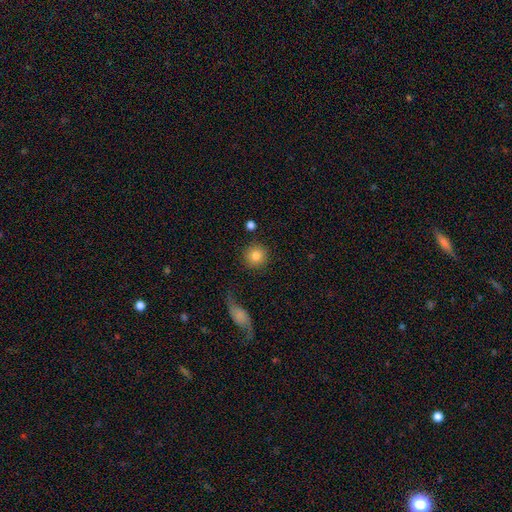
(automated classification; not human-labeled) A smooth galaxy with no disk features (83%) that is round (93%).

Vote fractions:
- Smooth or featured? smooth: 83% / star or artifact: 9% / featured or disk: 8%
- How rounded? round: 93% / in between: 6% / cigar-shaped: 1%
- Merging? none: 85% / minor disturbance: 8% / merger: 4% / major disturbance: 3%